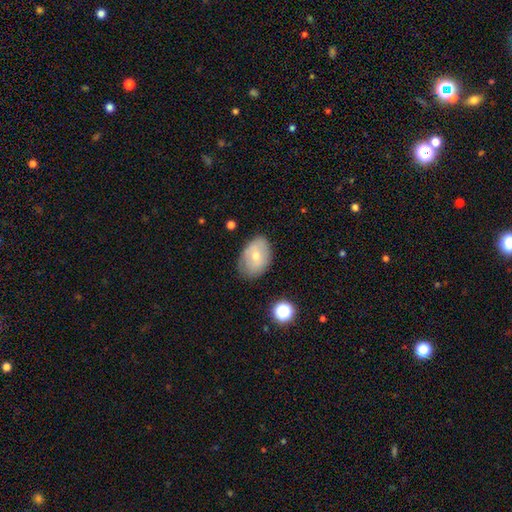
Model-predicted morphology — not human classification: Q: Smooth or featured?
A: smooth (62%); runner-up: featured or disk (30%)
Q: How rounded?
A: in between (81%); runner-up: round (18%)
Q: Merging?
A: none (74%); runner-up: minor disturbance (19%)